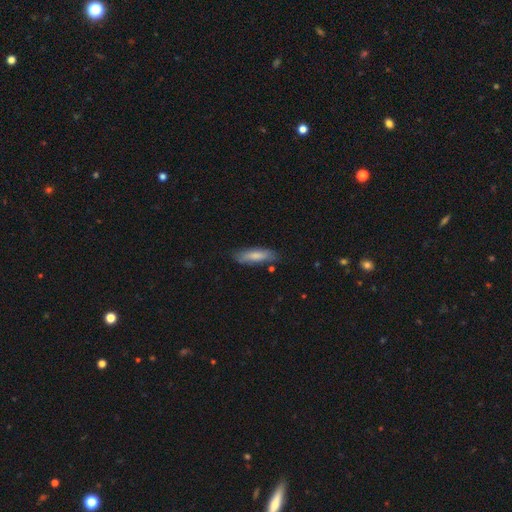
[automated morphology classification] A smooth galaxy with no disk features (77%) that is cigar-shaped (58%). Merging: none (78%).